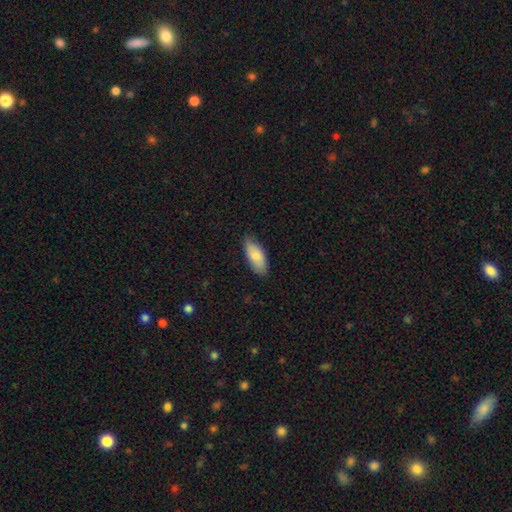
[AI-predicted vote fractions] Overall: smooth (85%). How rounded: in between (83%). Merging: none (81%).